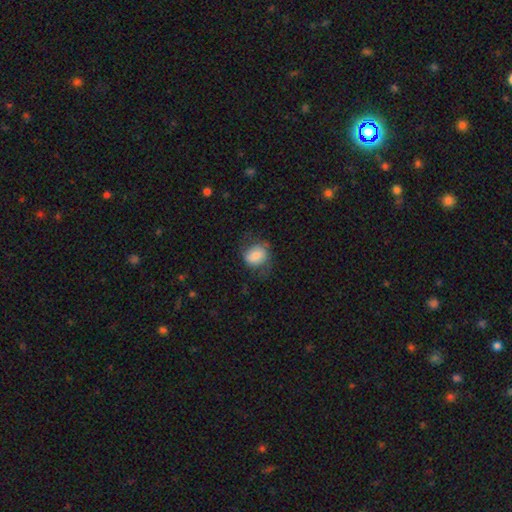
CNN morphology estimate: Smooth or featured?
  - smooth: 71% *
  - featured or disk: 20%
  - star or artifact: 8%
How rounded?
  - round: 58% *
  - in between: 41%
  - cigar-shaped: 1%
Merging?
  - none: 56% *
  - minor disturbance: 26%
  - major disturbance: 17%
  - merger: 1%